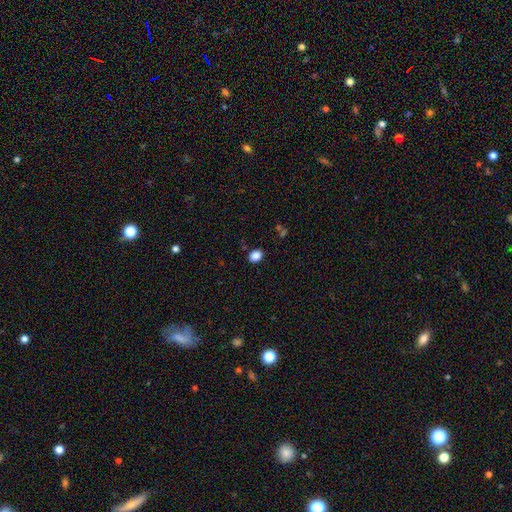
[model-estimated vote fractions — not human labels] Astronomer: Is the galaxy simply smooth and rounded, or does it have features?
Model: smooth — 86%.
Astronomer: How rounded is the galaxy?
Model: in between — 63%.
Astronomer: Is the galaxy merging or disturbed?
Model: none — 86%.